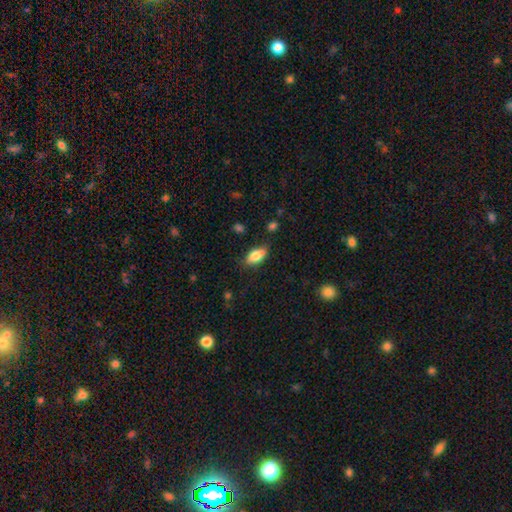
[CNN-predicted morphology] Smooth or featured: smooth — 80% (featured or disk — 13%)
How rounded: in between — 87% (cigar-shaped — 8%)
Merging: none — 73% (minor disturbance — 20%)